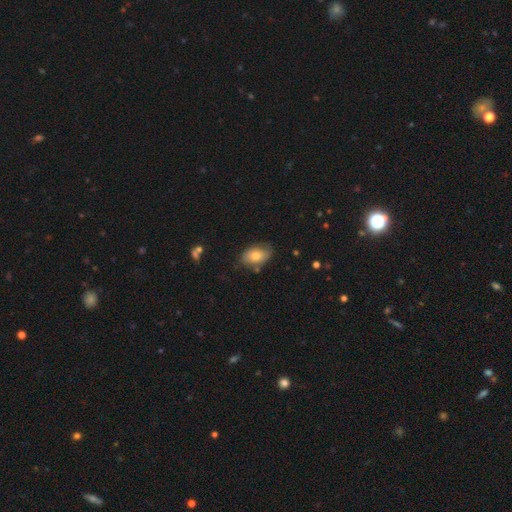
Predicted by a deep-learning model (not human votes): The model was most divided on "merging": none: 68%, minor disturbance: 23%, major disturbance: 5%, merger: 3%. More confident: how rounded — in between (91%); smooth or featured — smooth (71%).